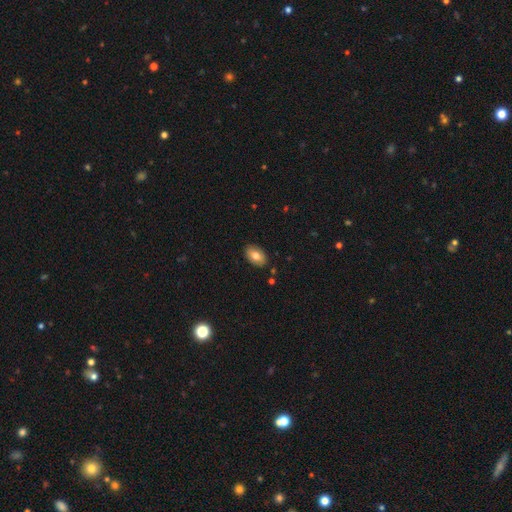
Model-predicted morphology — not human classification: smooth_or_featured: smooth (p=0.77) [alt: featured or disk p=0.16]
how_rounded: in between (p=0.88) [alt: round p=0.10]
merging: none (p=0.88) [alt: minor disturbance p=0.09]